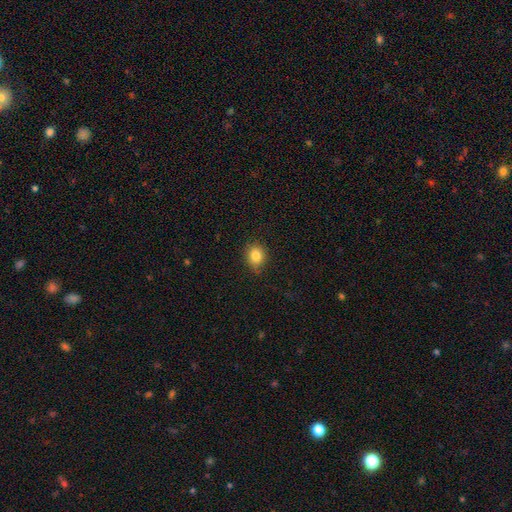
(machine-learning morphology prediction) smooth 83%, star or artifact 10%, featured or disk 7%. Down the decision tree: how rounded — round (62%); merging — none (77%).